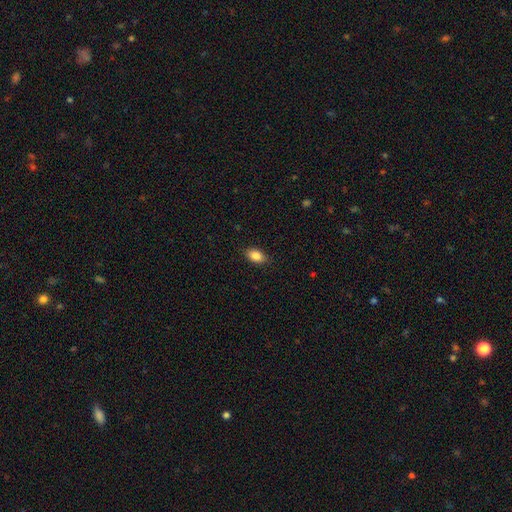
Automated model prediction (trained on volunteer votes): Q: Smooth or featured?
A: smooth (86%); runner-up: star or artifact (8%)
Q: How rounded?
A: in between (88%); runner-up: round (9%)
Q: Merging?
A: none (85%); runner-up: minor disturbance (12%)